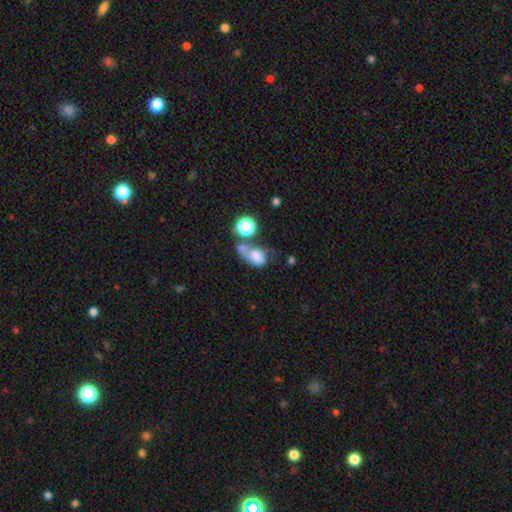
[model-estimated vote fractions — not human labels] Smooth or featured? smooth (62%)
How rounded? in between (70%)
Merging? merger (42%)